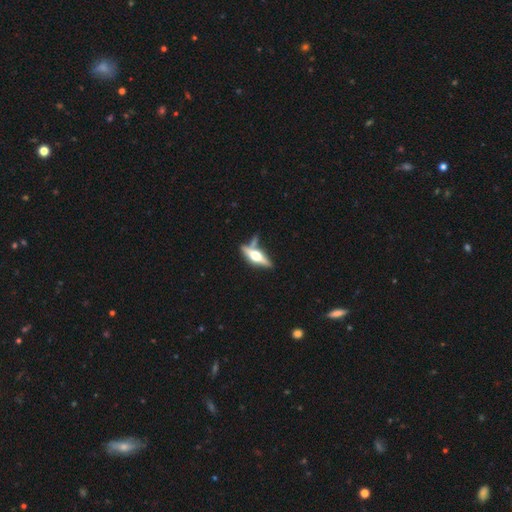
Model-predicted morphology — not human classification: smooth-or-featured: featured or disk: 67% | smooth: 26% | star or artifact: 6%
  disk-edge-on: yes: 94% | no: 6%
    edge-on-bulge: rounded: 95% | boxy: 3% | none: 2%
  merging: none: 65% | merger: 15% | minor disturbance: 14% | major disturbance: 6%